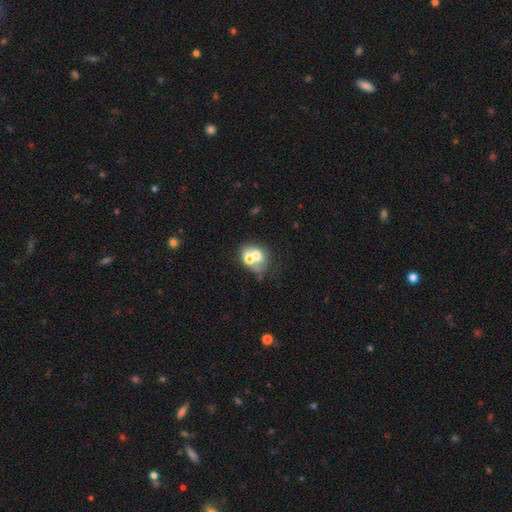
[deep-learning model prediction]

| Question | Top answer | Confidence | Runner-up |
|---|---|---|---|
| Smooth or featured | smooth | 55% | featured or disk (35%) |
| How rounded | round | 51% | in between (48%) |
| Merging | merger | 63% | none (24%) |